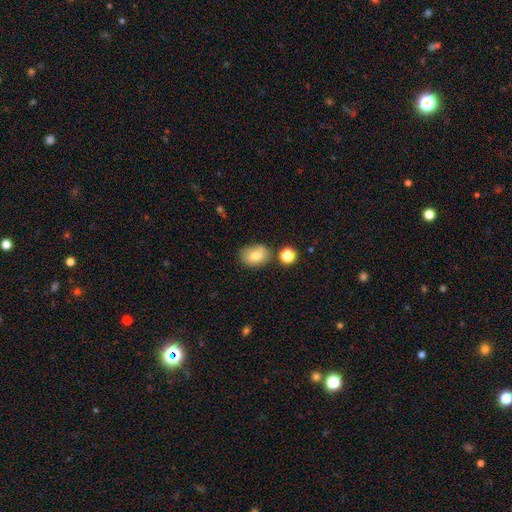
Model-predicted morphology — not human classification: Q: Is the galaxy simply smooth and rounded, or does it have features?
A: smooth — 78%.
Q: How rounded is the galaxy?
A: in between — 68%.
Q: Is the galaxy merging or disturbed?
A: none — 70%.